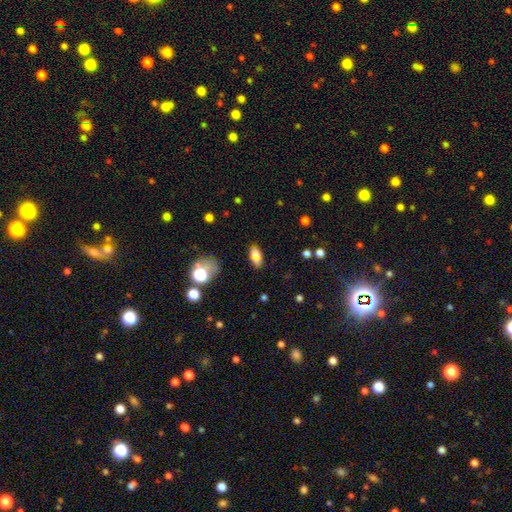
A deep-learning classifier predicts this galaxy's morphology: Q: Smooth or featured?
A: smooth (65%); runner-up: star or artifact (20%)
Q: How rounded?
A: in between (81%); runner-up: round (15%)
Q: Merging?
A: none (66%); runner-up: merger (15%)